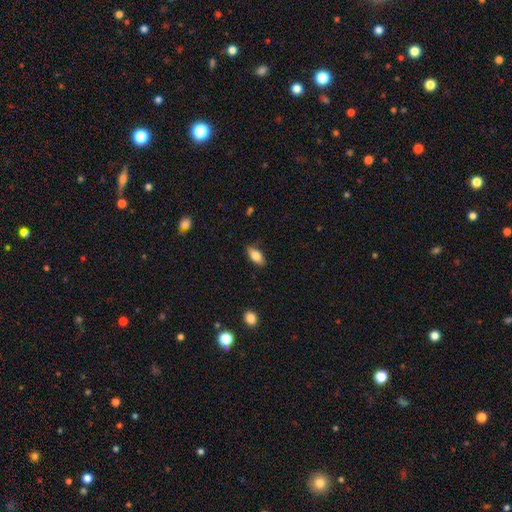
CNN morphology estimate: The model was most divided on "smooth or featured": smooth: 77%, featured or disk: 16%, star or artifact: 7%. More confident: how rounded — in between (86%); merging — none (83%).